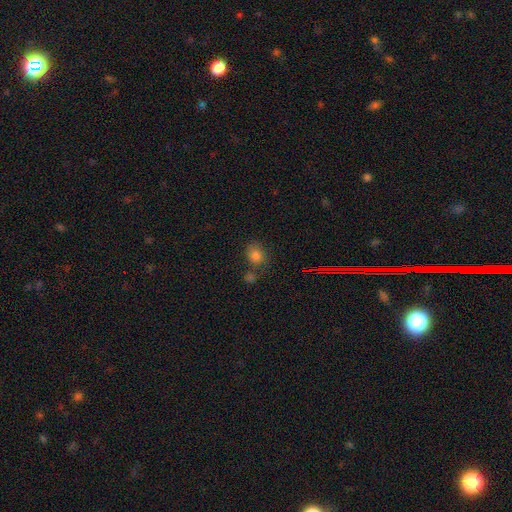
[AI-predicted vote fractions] A smooth galaxy with no disk features (76%) that is round (60%). Merging: none (62%).